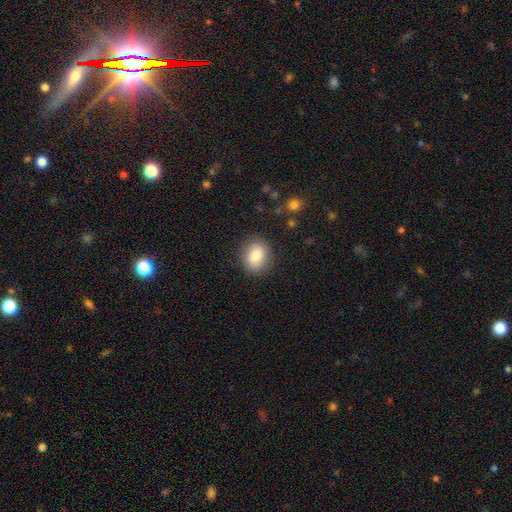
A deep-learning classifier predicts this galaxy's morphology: Smooth or featured? smooth (81%)
How rounded? round (51%)
Merging? none (85%)